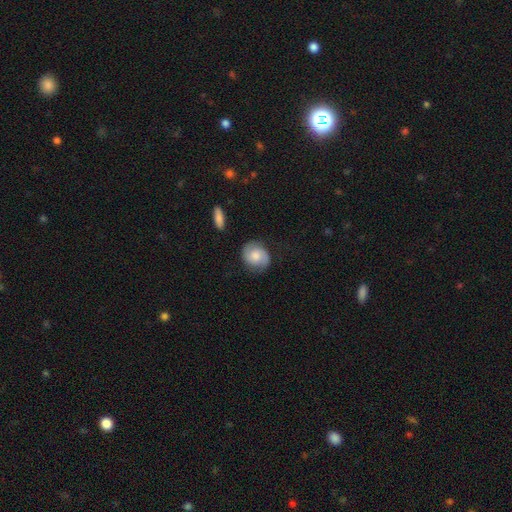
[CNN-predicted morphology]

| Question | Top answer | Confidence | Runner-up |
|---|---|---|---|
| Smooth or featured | featured or disk | 59% | smooth (34%) |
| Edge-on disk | no | 98% | yes (2%) |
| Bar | no | 64% | weak (31%) |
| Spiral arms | yes | 93% | no (7%) |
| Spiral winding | medium | 45% | tight (38%) |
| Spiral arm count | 2 | 88% | can't tell (6%) |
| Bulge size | moderate | 45% | small (23%) |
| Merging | none | 80% | minor disturbance (14%) |